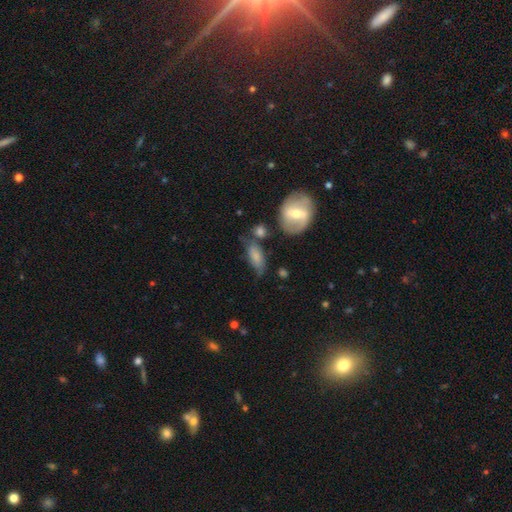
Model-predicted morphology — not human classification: Smooth or featured: smooth — 63% (featured or disk — 28%)
How rounded: in between — 78% (cigar-shaped — 15%)
Merging: none — 51% (minor disturbance — 27%)